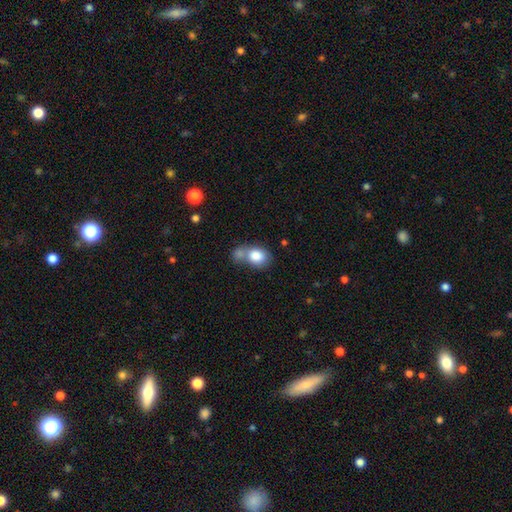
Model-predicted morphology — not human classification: This appears to be a smooth galaxy with no disk features (83%) that is in between round and cigar-shaped (58%). Merging: merger (50%).